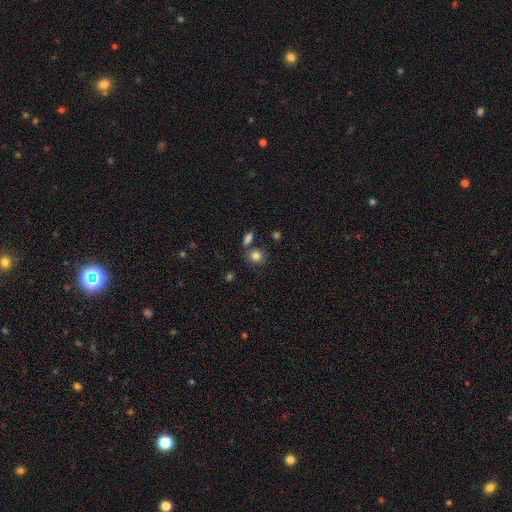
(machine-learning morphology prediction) smooth_or_featured: smooth (p=0.82) [alt: star or artifact p=0.11]
how_rounded: round (p=0.73) [alt: in between p=0.26]
merging: none (p=0.71) [alt: merger p=0.13]